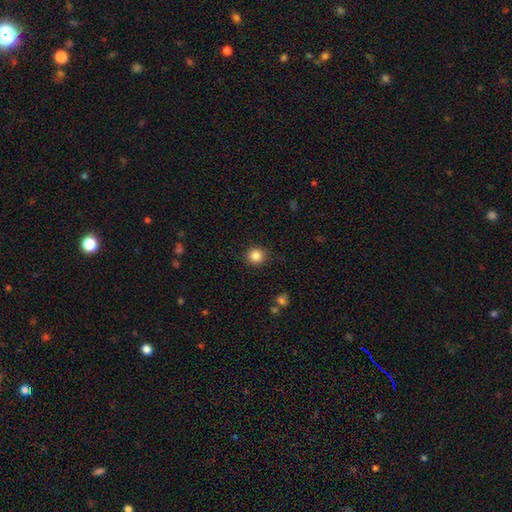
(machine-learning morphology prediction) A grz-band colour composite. It shows a smooth galaxy with no disk features (85%) that is round (92%). Merging: none (90%).